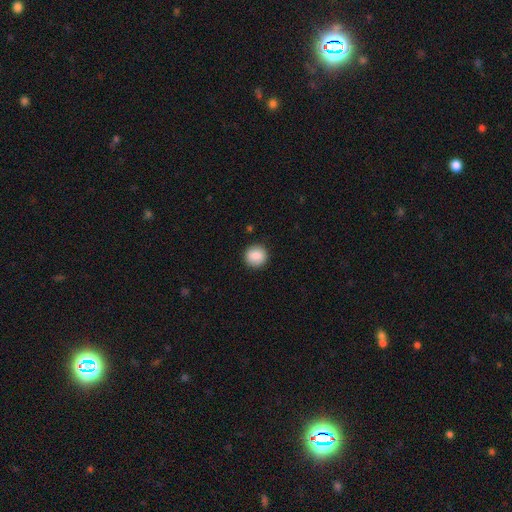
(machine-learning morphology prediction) The model was most divided on "smooth or featured": smooth: 88%, star or artifact: 8%, featured or disk: 4%. More confident: how rounded — round (90%); merging — none (89%).